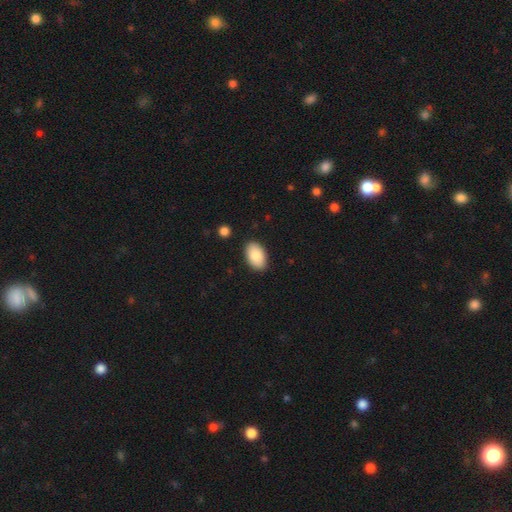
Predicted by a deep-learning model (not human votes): Overall: smooth (87%). How rounded: in between (94%). Merging: none (88%).